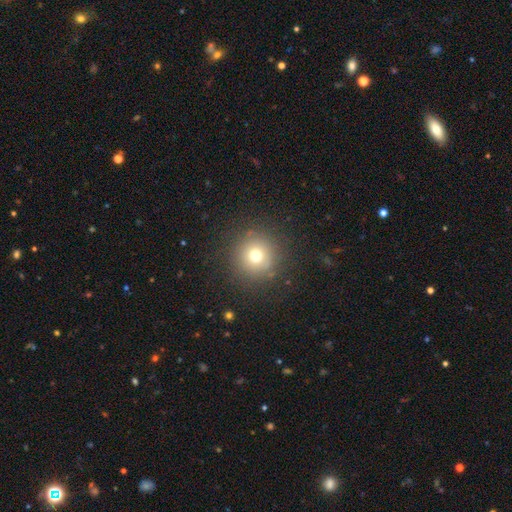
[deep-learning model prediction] Smooth or featured? Predicted: smooth (p=0.70). How rounded? Predicted: round (p=0.94). Merging? Predicted: none (p=0.86).